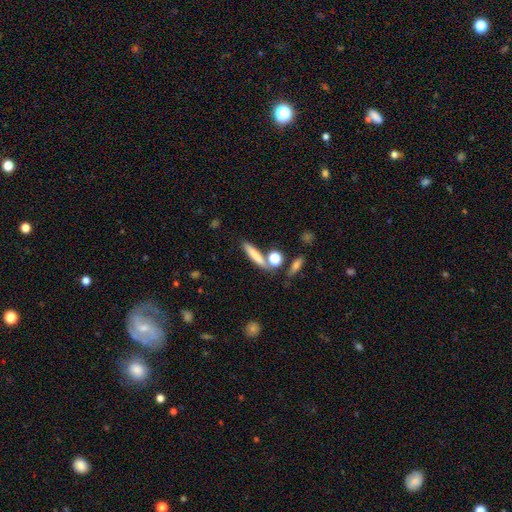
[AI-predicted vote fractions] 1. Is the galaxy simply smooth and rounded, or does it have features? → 73% smooth, 18% featured or disk, 9% star or artifact.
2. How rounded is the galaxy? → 76% cigar-shaped, 17% in between, 7% round.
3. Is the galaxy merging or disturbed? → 67% none, 16% merger, 12% minor disturbance, 4% major disturbance.